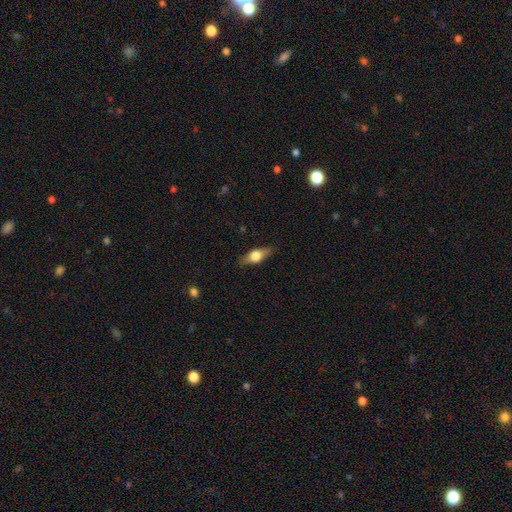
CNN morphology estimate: type=smooth (46%, tied with featured or disk); merging=none (85%).